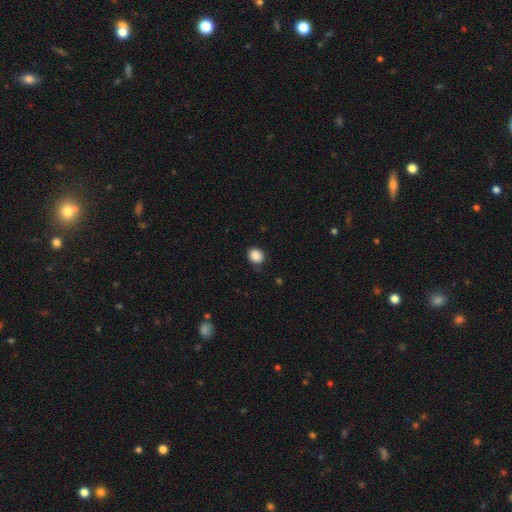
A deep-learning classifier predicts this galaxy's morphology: smooth 88%, star or artifact 9%, featured or disk 3%. Down the decision tree: how rounded — round (73%); merging — none (81%).